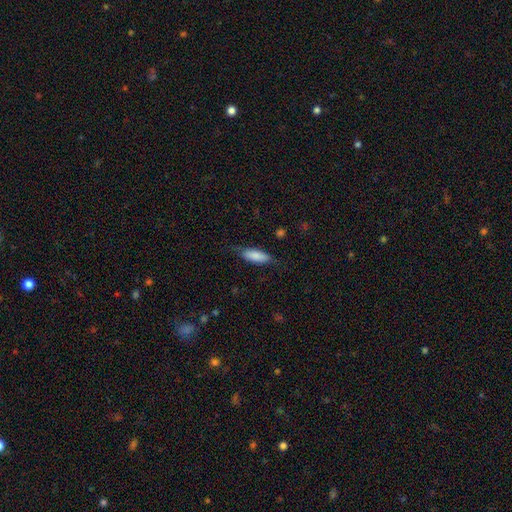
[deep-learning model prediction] This is clearly a smooth galaxy (82%). How rounded: likely in between (65%). Merging: likely none (72%).